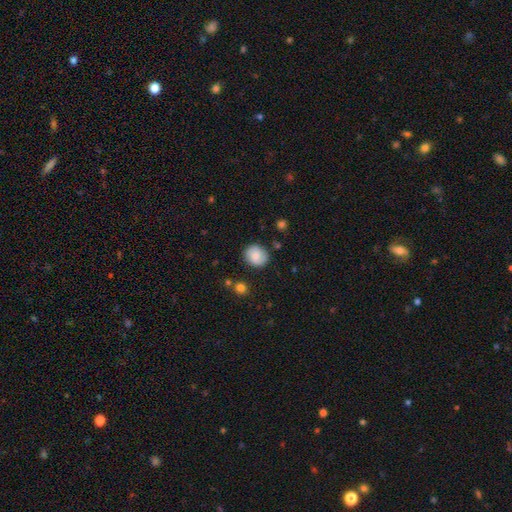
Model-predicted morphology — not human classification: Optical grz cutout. It shows a smooth galaxy with no disk features (77%) that is round (76%). Merging: none (81%).